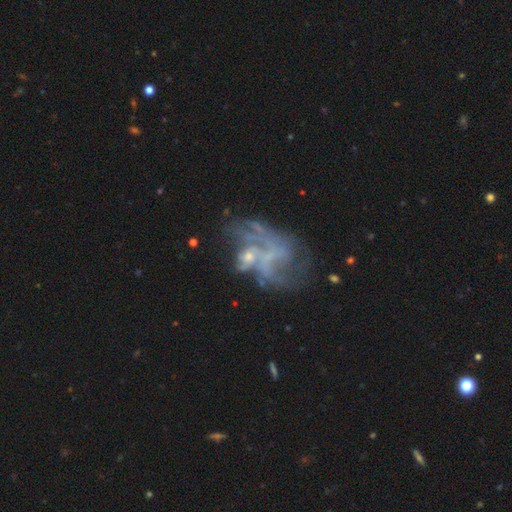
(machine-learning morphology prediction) Smooth or featured?
  - featured or disk: 72% *
  - smooth: 14%
  - star or artifact: 14%
Edge-on disk?
  - no: 98% *
  - yes: 2%
Bar?
  - no: 71% *
  - weak: 23%
  - strong: 6%
Spiral arms?
  - yes: 55% *
  - no: 45%
Bulge size?
  - none: 54% *
  - small: 31%
  - moderate: 12%
  - large: 2%
  - dominant: 1%
Merging?
  - major disturbance: 37% *
  - none: 30%
  - merger: 18%
  - minor disturbance: 15%